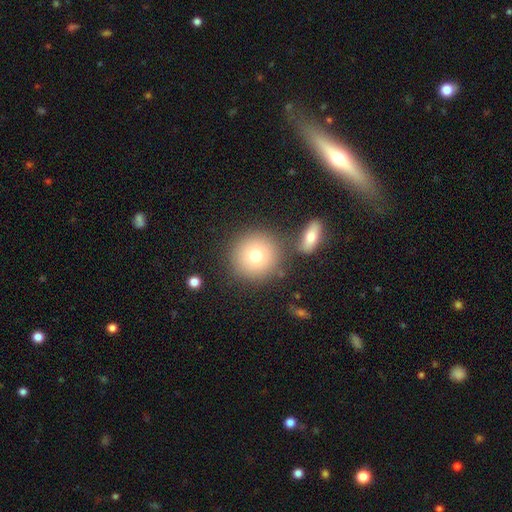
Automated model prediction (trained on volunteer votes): smooth 76%, featured or disk 12%, star or artifact 11%. Down the decision tree: how rounded — round (94%); merging — none (77%).